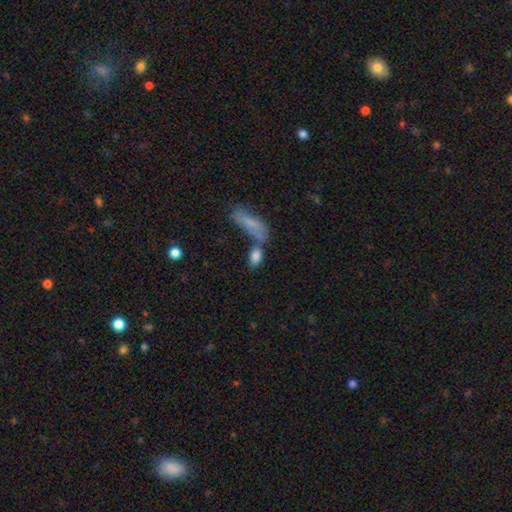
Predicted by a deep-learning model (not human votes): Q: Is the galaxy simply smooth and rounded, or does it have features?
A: smooth — 82%.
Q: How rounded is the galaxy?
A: in between — 83%.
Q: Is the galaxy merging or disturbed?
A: none — 47%.